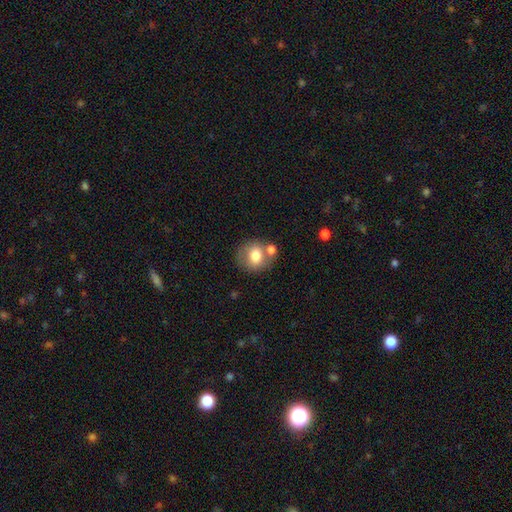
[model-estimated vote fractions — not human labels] Q: Smooth or featured?
A: smooth (74%); runner-up: featured or disk (18%)
Q: How rounded?
A: round (75%); runner-up: in between (24%)
Q: Merging?
A: none (58%); runner-up: merger (24%)